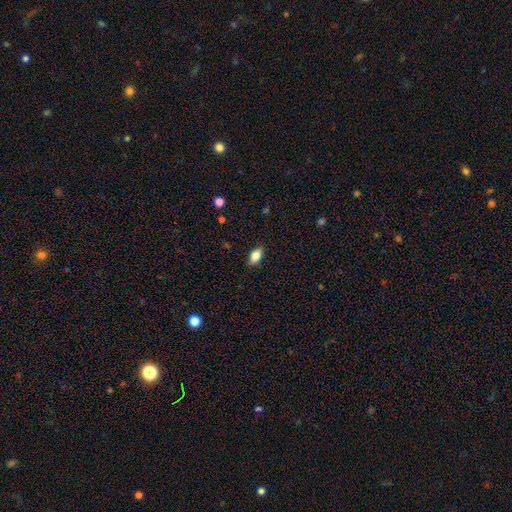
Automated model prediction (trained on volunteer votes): This appears to be a smooth galaxy with no disk features (80%) that is in between round and cigar-shaped (87%). Merging: none (85%).